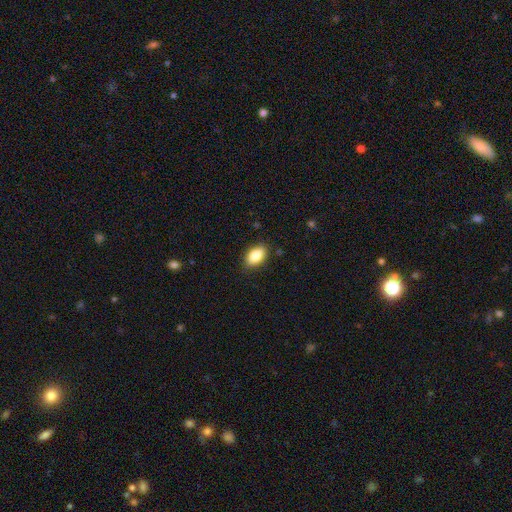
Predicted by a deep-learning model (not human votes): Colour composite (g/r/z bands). It shows a smooth galaxy with no disk features (86%) that is in between round and cigar-shaped (90%). Merging: none (86%).